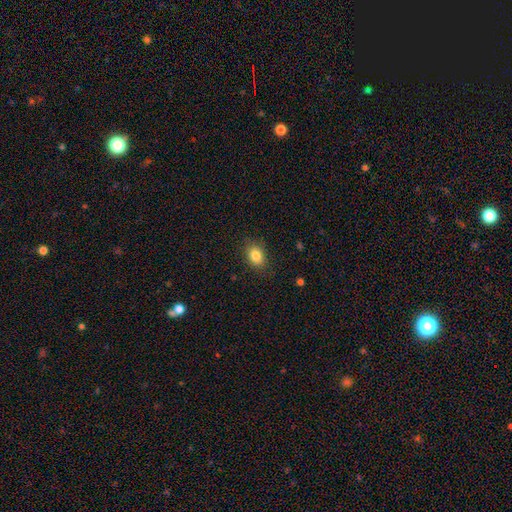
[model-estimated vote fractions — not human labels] Morphology: type=smooth (83%); roundness=in between (68%); merging=none (84%).